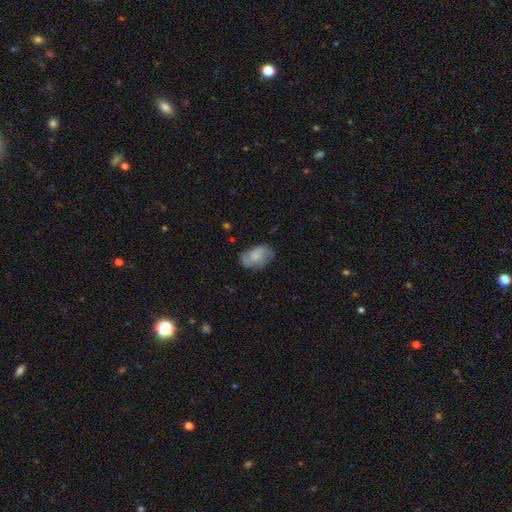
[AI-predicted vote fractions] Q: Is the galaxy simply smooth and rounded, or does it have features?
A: smooth — 56%.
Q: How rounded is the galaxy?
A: in between — 87%.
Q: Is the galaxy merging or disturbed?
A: none — 68%.